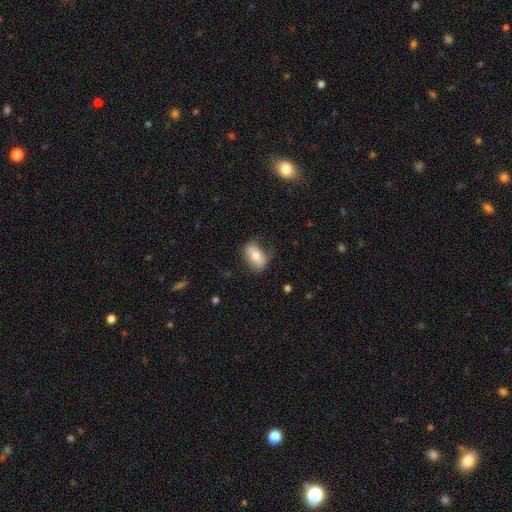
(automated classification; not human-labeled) Morphology: type=smooth (69%); roundness=in between (88%); merging=none (63%).